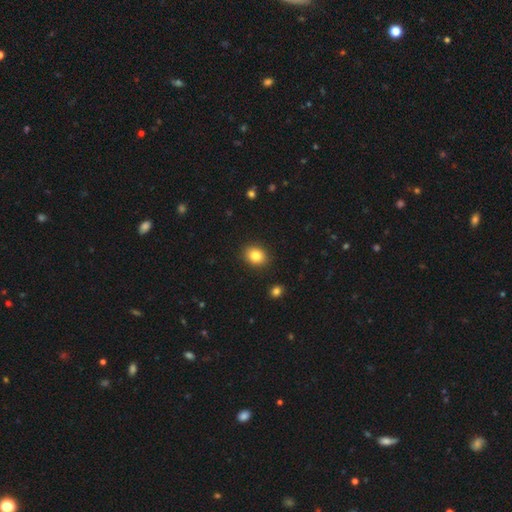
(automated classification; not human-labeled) This is clearly a smooth galaxy (83%). How rounded: possibly round (53%). Merging: clearly none (90%).